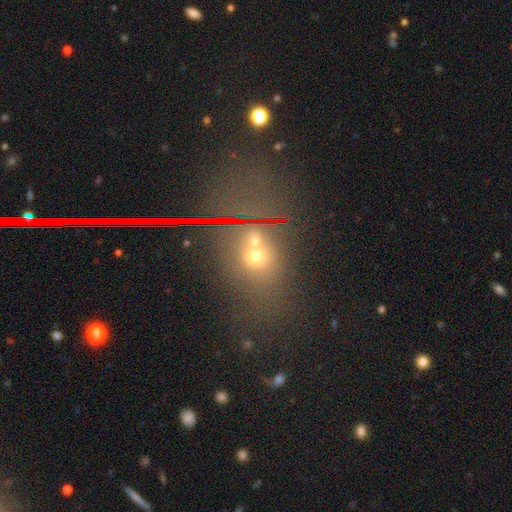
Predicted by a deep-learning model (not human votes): smooth-or-featured: smooth: 49% | star or artifact: 35% | featured or disk: 16%
  merging: none: 49% | merger: 32% | minor disturbance: 11% | major disturbance: 8%